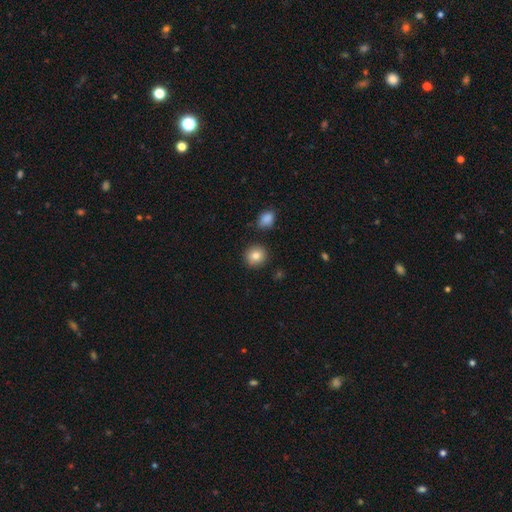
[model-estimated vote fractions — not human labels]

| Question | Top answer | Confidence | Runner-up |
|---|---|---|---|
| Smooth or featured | smooth | 83% | star or artifact (10%) |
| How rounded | round | 90% | in between (9%) |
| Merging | none | 88% | minor disturbance (7%) |